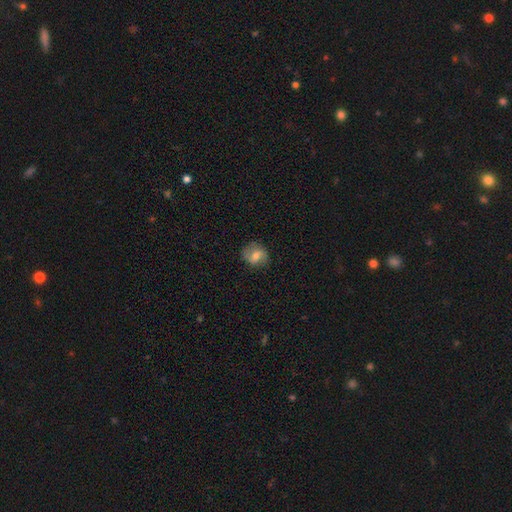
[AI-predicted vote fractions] The model was most divided on "smooth or featured": smooth: 58%, featured or disk: 33%, star or artifact: 9%. More confident: merging — none (76%); how rounded — round (65%).